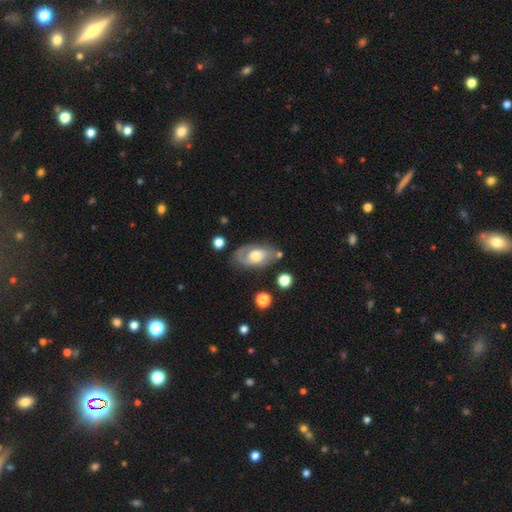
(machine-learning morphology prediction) This appears to be a featured or disk galaxy (59%) with no bar (70%), spiral arms (68%) and a moderate central bulge (55%). Merging: none (68%).